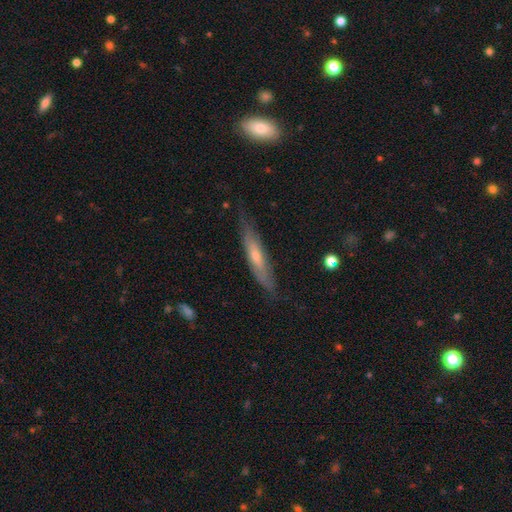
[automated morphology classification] type=featured or disk (52%); edge-on=yes (72%); merging=none (72%).